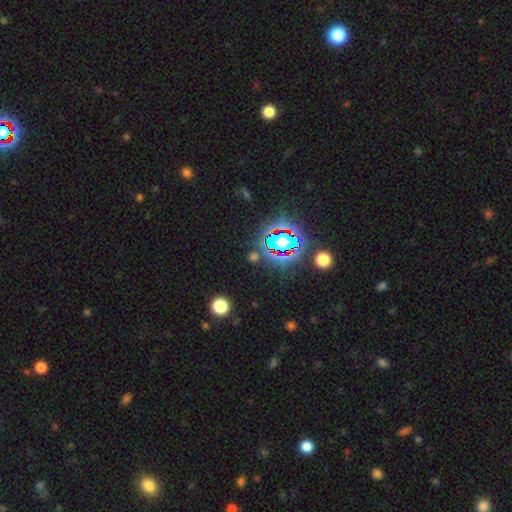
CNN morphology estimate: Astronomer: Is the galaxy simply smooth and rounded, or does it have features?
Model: star or artifact — 72%.